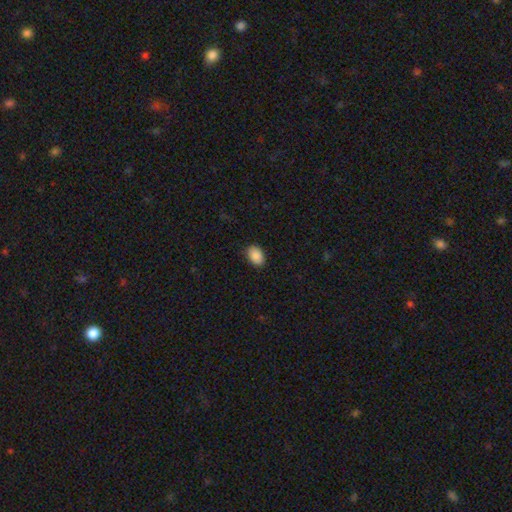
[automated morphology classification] Smooth or featured? smooth (89%)
How rounded? in between (85%)
Merging? none (88%)